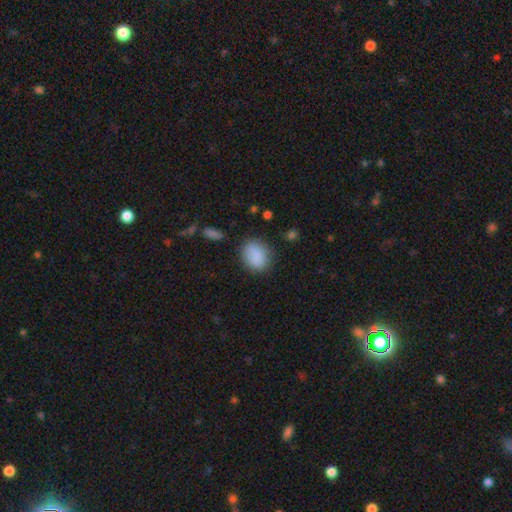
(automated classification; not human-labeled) Overall: smooth (85%). How rounded: in between (52%; round 46%). Merging: none (77%).